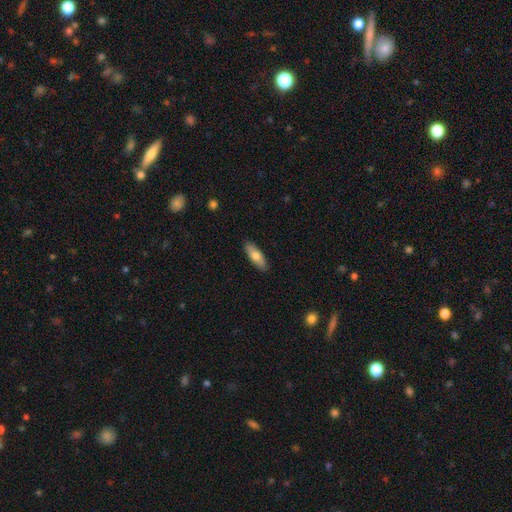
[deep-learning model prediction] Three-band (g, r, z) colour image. It shows a smooth galaxy with no disk features (72%) that is in between round and cigar-shaped (59%). Merging: none (89%).